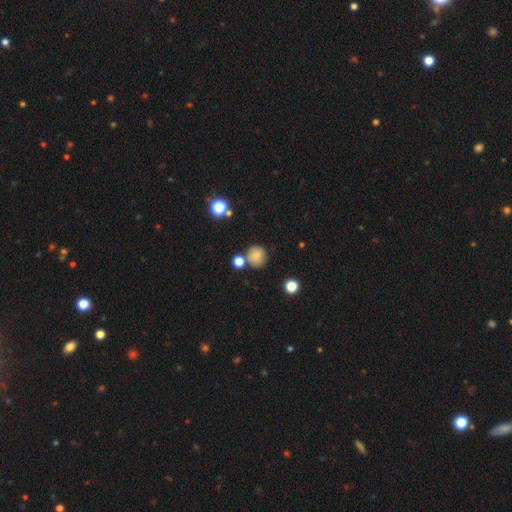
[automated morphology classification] This appears to be a smooth galaxy with no disk features (81%) that is round (90%). Merging: none (69%).